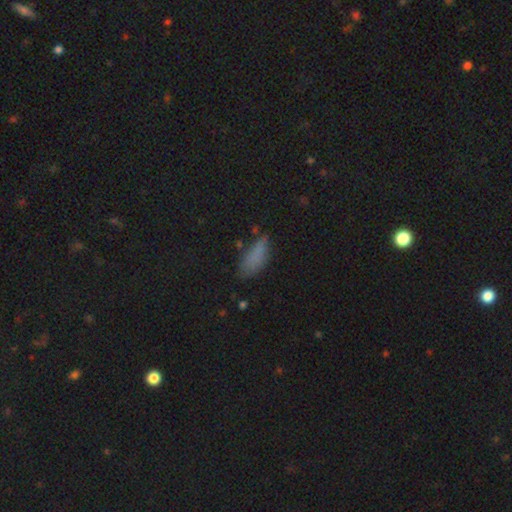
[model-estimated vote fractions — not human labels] Smooth or featured? smooth (77%)
How rounded? in between (70%)
Merging? none (57%)